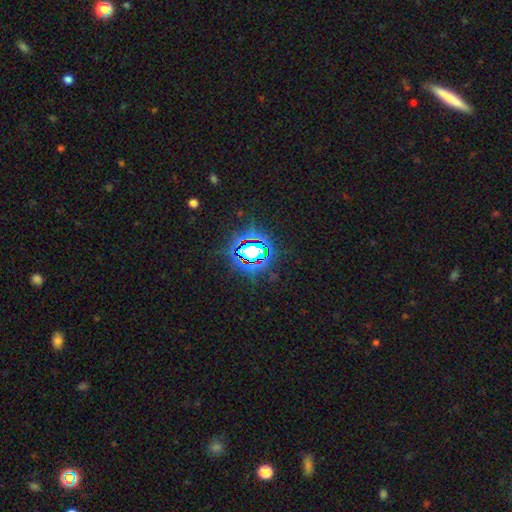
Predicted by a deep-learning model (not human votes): Smooth or featured? star or artifact (75%)